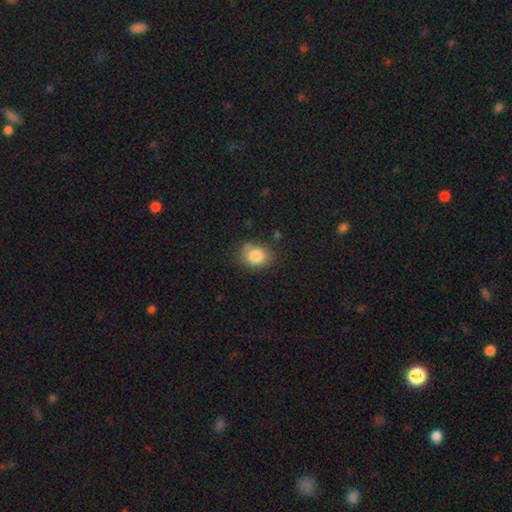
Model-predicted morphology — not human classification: A smooth galaxy with no disk features (84%) that is in between round and cigar-shaped (53%). Merging: none (69%).